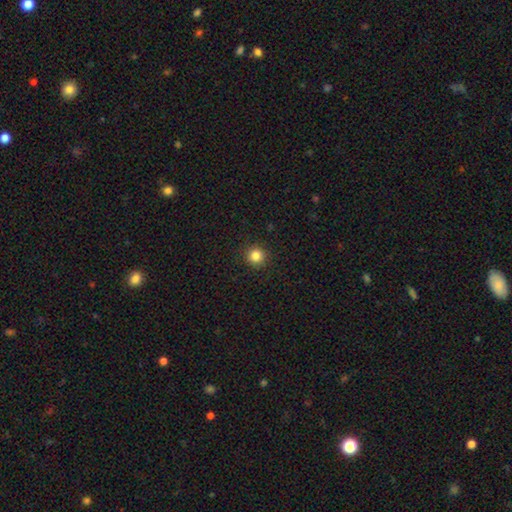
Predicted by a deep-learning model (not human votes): The model was most divided on "smooth or featured": smooth: 83%, star or artifact: 12%, featured or disk: 5%. More confident: how rounded — round (94%); merging — none (92%).